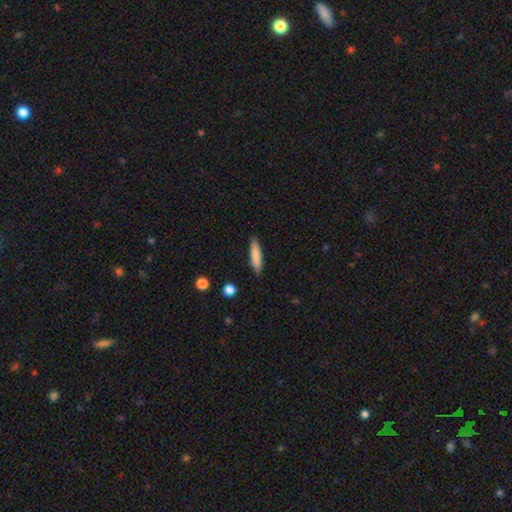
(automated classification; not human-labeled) Smooth or featured? smooth (81%)
How rounded? cigar-shaped (80%)
Merging? none (86%)